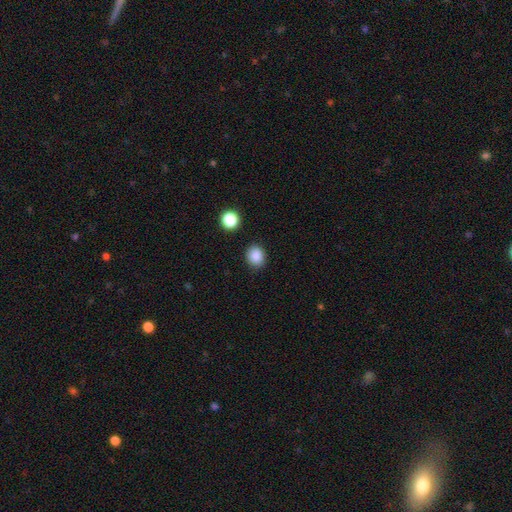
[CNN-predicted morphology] A smooth galaxy with no disk features (87%) that is round (66%). Merging: none (85%).